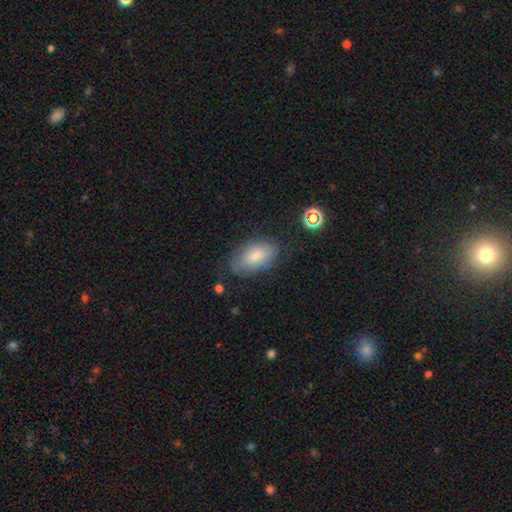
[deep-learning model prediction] Smooth or featured? Predicted: smooth (p=0.71). How rounded? Predicted: in between (p=0.92). Merging? Predicted: none (p=0.70).